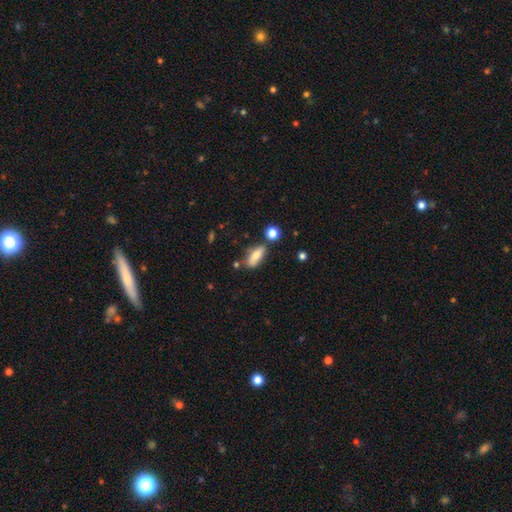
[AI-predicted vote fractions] A smooth galaxy with no disk features (71%) that is in between round and cigar-shaped (65%). Merging: none (68%).